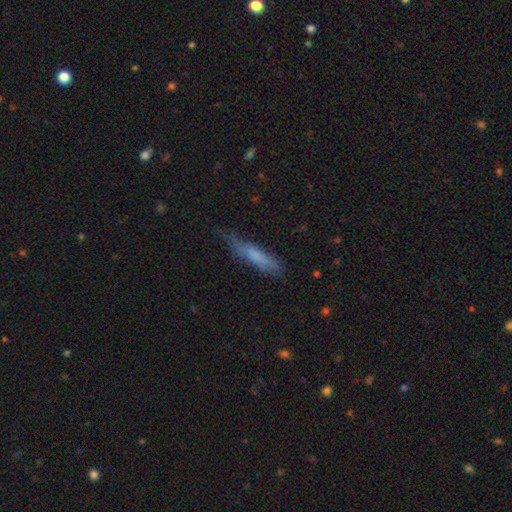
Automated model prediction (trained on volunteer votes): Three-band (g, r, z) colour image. It shows a smooth galaxy with no disk features (66%) that is cigar-shaped (83%). Merging: none (58%).